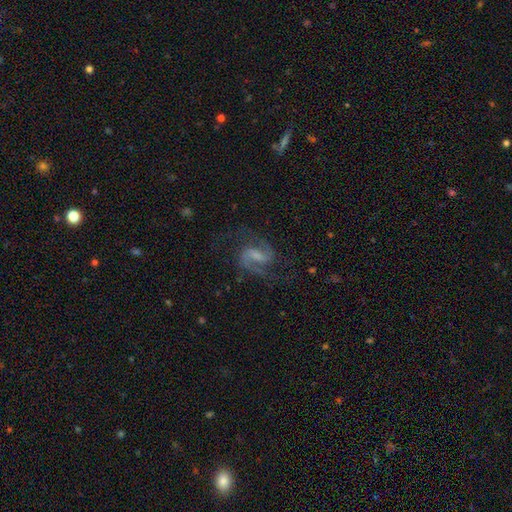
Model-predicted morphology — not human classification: smooth_or_featured: featured or disk (p=0.87) [alt: smooth p=0.06]
disk_edge_on: no (p=0.98) [alt: yes p=0.02]
bar: weak (p=0.53) [alt: strong p=0.29]
has_spiral_arms: yes (p=0.97) [alt: no p=0.03]
spiral_winding: medium (p=0.59) [alt: loose p=0.28]
spiral_arm_count: 2 (p=0.92) [alt: can't tell p=0.02]
bulge_size: small (p=0.34) [alt: moderate p=0.29]
merging: none (p=0.73) [alt: minor disturbance p=0.15]